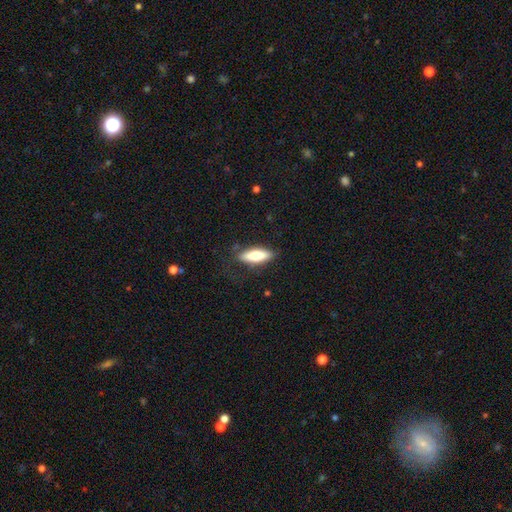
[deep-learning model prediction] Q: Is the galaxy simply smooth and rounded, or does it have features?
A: smooth — 72%.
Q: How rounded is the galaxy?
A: in between — 56%.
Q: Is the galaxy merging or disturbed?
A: none — 78%.